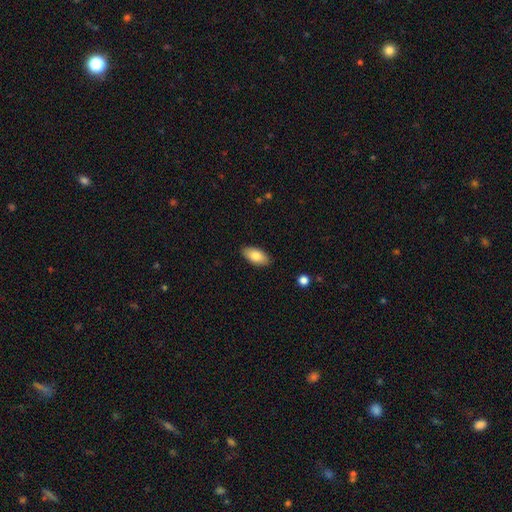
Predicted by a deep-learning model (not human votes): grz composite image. It shows a smooth galaxy with no disk features (81%) that is in between round and cigar-shaped (92%). Merging: none (88%).